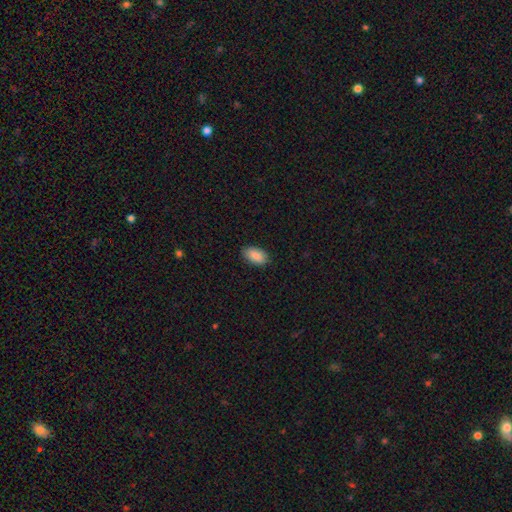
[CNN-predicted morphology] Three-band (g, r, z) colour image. It shows a smooth galaxy with no disk features (90%) that is in between round and cigar-shaped (95%). Merging: none (88%).